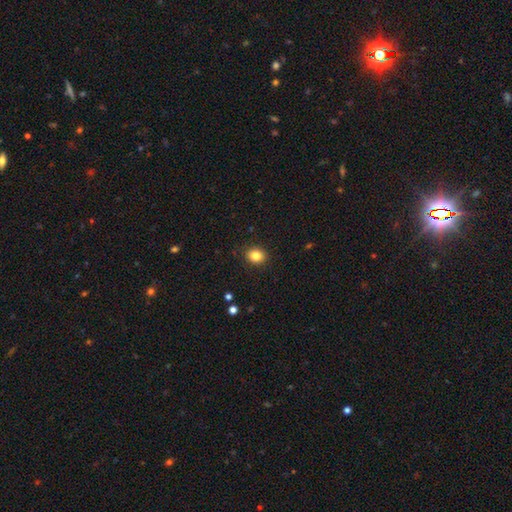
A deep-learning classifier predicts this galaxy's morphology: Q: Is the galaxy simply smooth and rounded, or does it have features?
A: smooth — 84%.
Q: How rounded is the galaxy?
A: round — 58%.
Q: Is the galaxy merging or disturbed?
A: none — 89%.